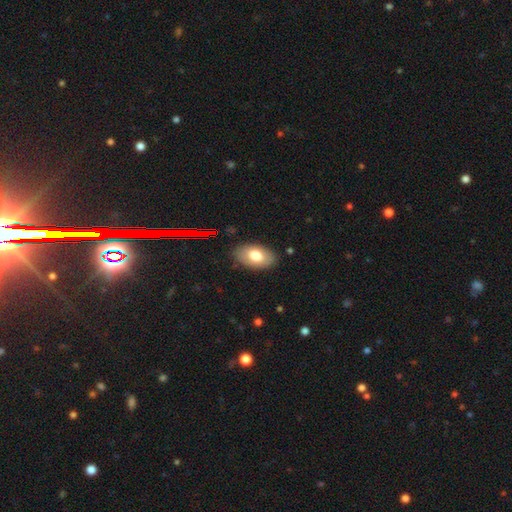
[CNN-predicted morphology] smooth 74%, featured or disk 18%, star or artifact 7%. Down the decision tree: how rounded — in between (93%); merging — none (85%).